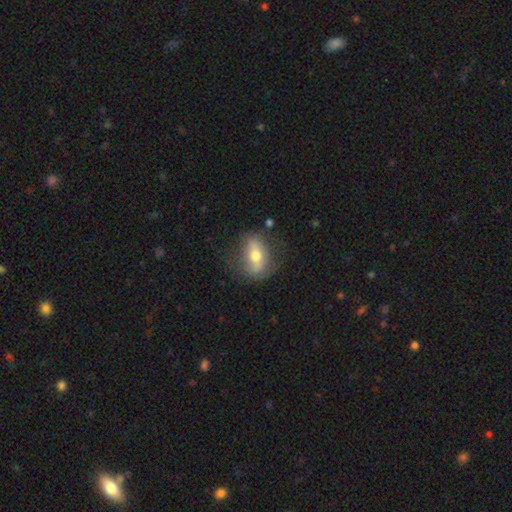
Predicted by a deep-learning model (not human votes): Q: Smooth or featured?
A: featured or disk (53%); runner-up: smooth (39%)
Q: Edge-on disk?
A: no (75%); runner-up: yes (25%)
Q: Merging?
A: none (70%); runner-up: minor disturbance (20%)